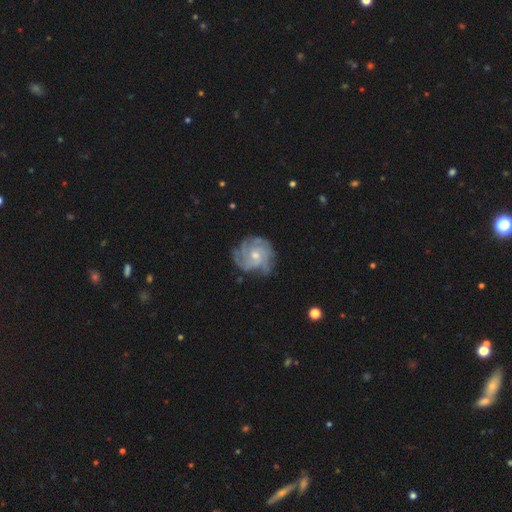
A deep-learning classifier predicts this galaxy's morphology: A featured or disk galaxy (84%) with no bar (72%), tight (60%) spiral arms (95%) and a moderate central bulge (51%).

Vote fractions:
- Smooth or featured? featured or disk: 84% / smooth: 10% / star or artifact: 6%
- Edge-on disk? no: 98% / yes: 2%
- Bar? no: 72% / weak: 25% / strong: 3%
- Spiral arms? yes: 95% / no: 5%
- Spiral winding? tight: 60% / medium: 32% / loose: 8%
- Spiral arm count? can't tell: 30% / 3: 23% / 4: 23% / 2: 10% / more than 4: 8% / 1: 6%
- Bulge size? moderate: 51% / small: 45% / large: 2% / none: 2% / dominant: 1%
- Merging? none: 67% / minor disturbance: 22% / major disturbance: 9% / merger: 2%